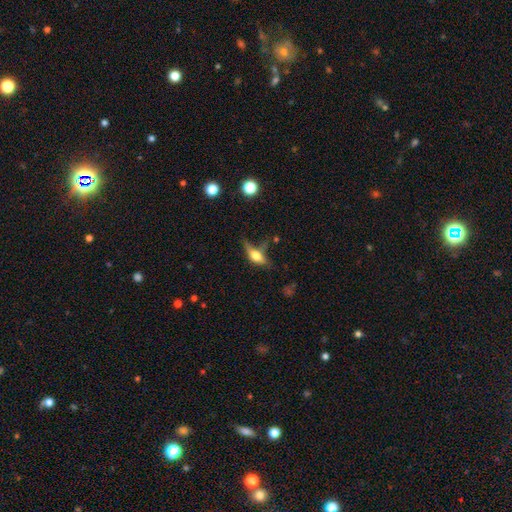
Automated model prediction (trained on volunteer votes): Smooth or featured? Predicted: smooth (p=0.46). Merging? Predicted: none (p=0.44).